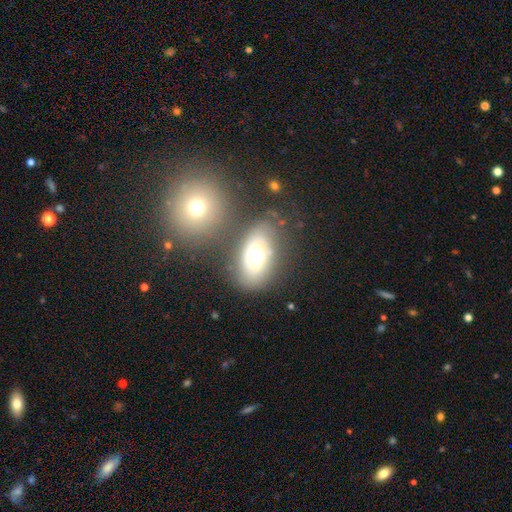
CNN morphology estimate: Overall: smooth (56%; featured or disk 34%). How rounded: in between (87%). Merging: none (68%).